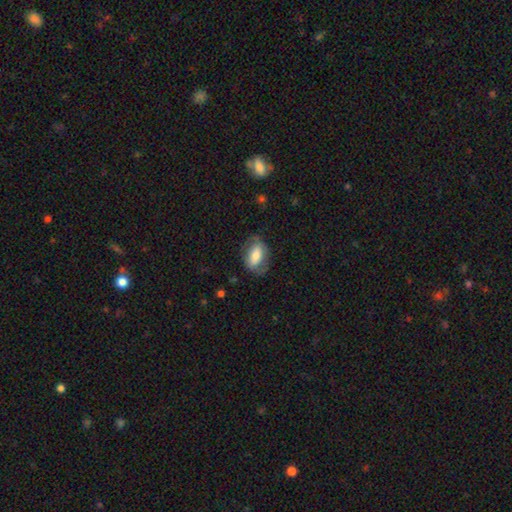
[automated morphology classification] Smooth or featured: smooth — 60% (featured or disk — 33%)
How rounded: in between — 88% (round — 9%)
Merging: none — 69% (minor disturbance — 19%)